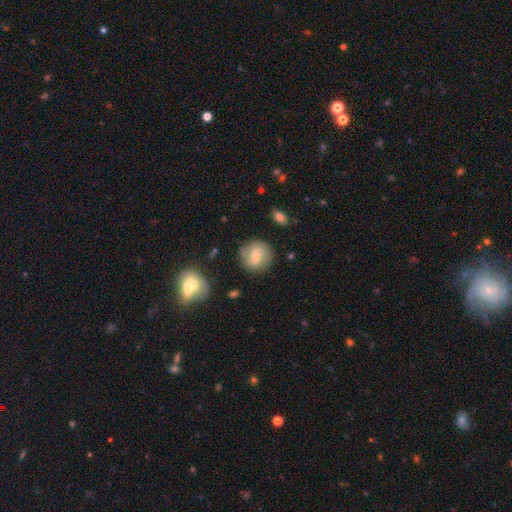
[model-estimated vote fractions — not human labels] This is possibly a smooth galaxy (48%). Merging: clearly none (82%).